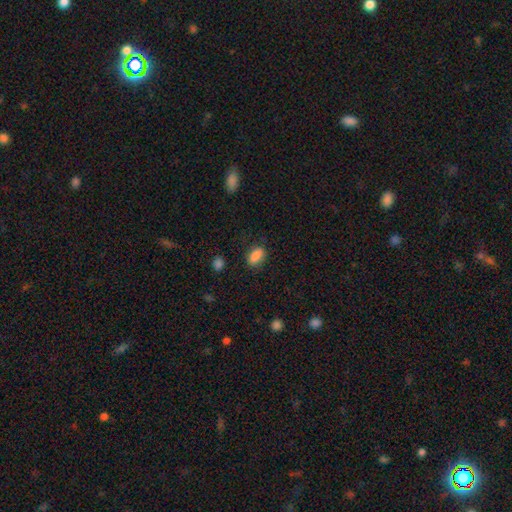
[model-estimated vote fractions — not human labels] Smooth or featured?
  - smooth: 88% *
  - star or artifact: 9%
  - featured or disk: 4%
How rounded?
  - in between: 89% *
  - round: 7%
  - cigar-shaped: 4%
Merging?
  - none: 82% *
  - minor disturbance: 13%
  - major disturbance: 4%
  - merger: 1%